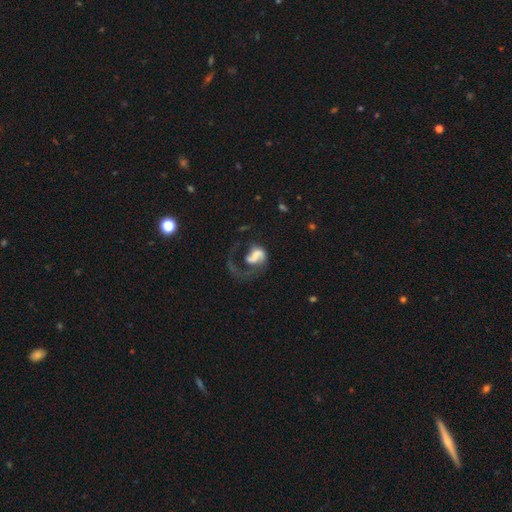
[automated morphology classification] smooth-or-featured: featured or disk: 65% | smooth: 26% | star or artifact: 9%
  disk-edge-on: no: 98% | yes: 2%
    bar: no: 57% | weak: 30% | strong: 14%
    has-spiral-arms: yes: 72% | no: 28%
    bulge-size: none: 37% | moderate: 20% | small: 18% | large: 18% | dominant: 6%
  merging: major disturbance: 60% | none: 21% | minor disturbance: 11% | merger: 8%